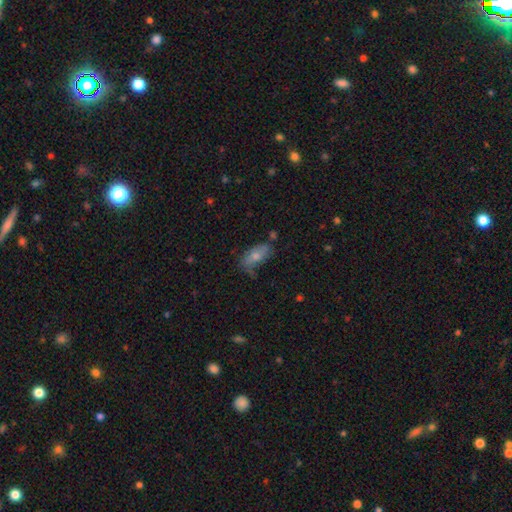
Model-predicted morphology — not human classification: This is likely a smooth galaxy (68%). How rounded: clearly in between (87%). Merging: possibly none (53%).